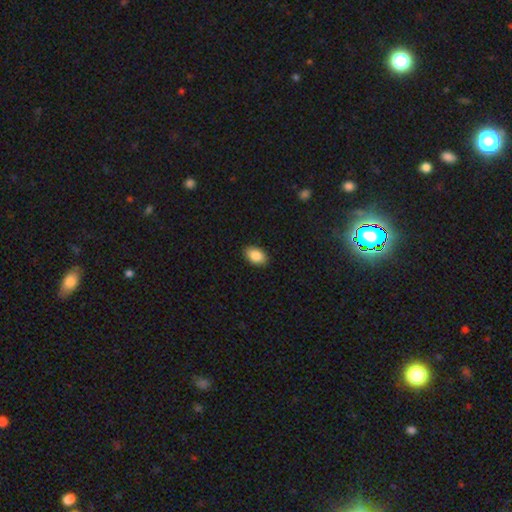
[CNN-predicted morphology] The model was most divided on "how rounded": in between: 89%, round: 10%, cigar-shaped: 1%. More confident: merging — none (89%); smooth or featured — smooth (87%).